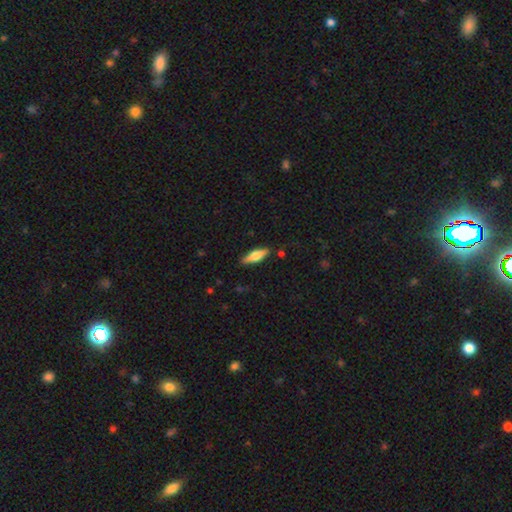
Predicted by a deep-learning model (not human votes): smooth_or_featured: smooth (p=0.57) [alt: featured or disk p=0.38]
how_rounded: cigar-shaped (p=0.51) [alt: in between p=0.47]
merging: none (p=0.86) [alt: minor disturbance p=0.10]